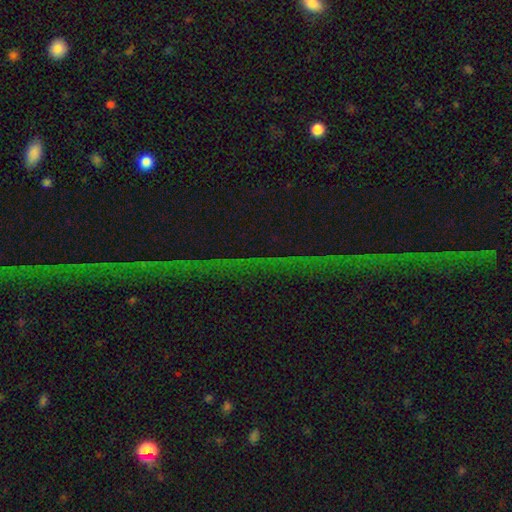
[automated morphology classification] smooth_or_featured: star or artifact (p=0.77) [alt: featured or disk p=0.13]